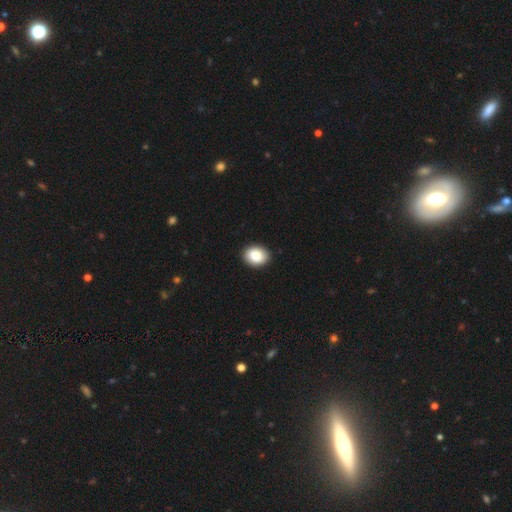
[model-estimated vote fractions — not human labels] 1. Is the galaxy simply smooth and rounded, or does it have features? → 88% smooth, 7% star or artifact, 5% featured or disk.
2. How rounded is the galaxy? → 64% in between, 35% round, 1% cigar-shaped.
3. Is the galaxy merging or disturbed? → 90% none, 7% minor disturbance, 2% major disturbance, 1% merger.